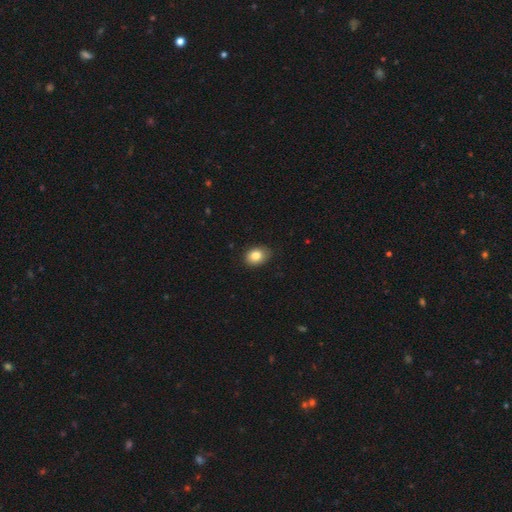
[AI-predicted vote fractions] A smooth galaxy with no disk features (83%) that is in between round and cigar-shaped (63%).

Vote fractions:
- Smooth or featured? smooth: 83% / star or artifact: 9% / featured or disk: 8%
- How rounded? in between: 63% / round: 36% / cigar-shaped: 1%
- Merging? none: 84% / minor disturbance: 13% / major disturbance: 2% / merger: 1%